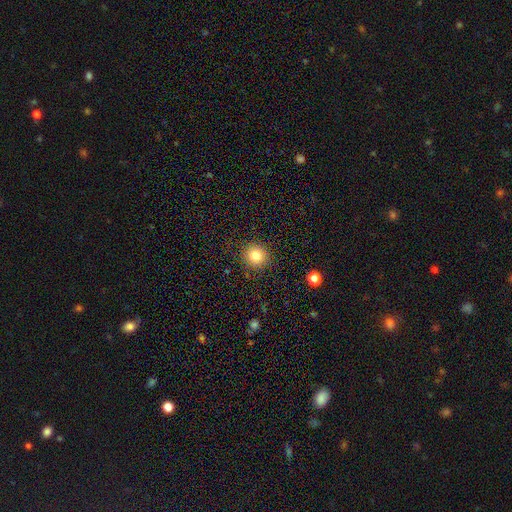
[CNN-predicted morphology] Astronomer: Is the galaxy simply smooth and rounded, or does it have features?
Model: smooth — 81%.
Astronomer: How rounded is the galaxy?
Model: round — 93%.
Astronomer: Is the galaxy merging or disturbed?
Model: none — 89%.